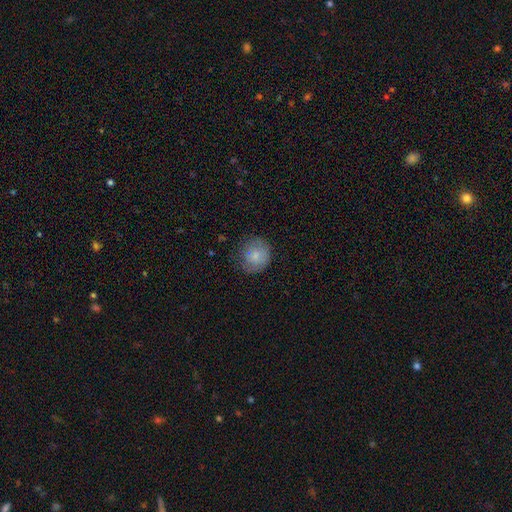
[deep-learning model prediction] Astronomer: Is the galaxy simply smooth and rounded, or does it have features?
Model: smooth — 78%.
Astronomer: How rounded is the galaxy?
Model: round — 87%.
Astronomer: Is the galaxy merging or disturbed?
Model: none — 69%.